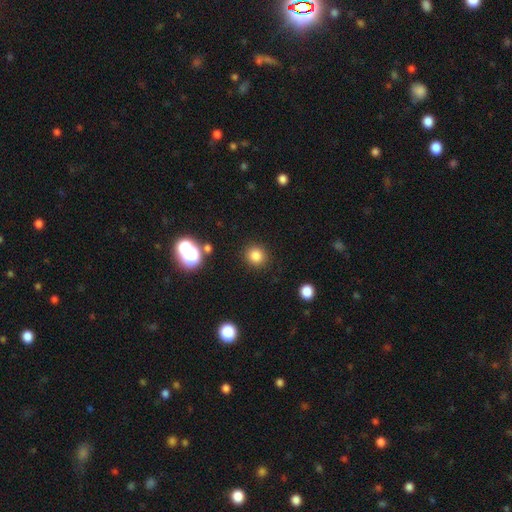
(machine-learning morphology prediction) smooth-or-featured: smooth: 81% | star or artifact: 14% | featured or disk: 5%
  how-rounded: round: 90% | in between: 9% | cigar-shaped: 1%
  merging: none: 90% | minor disturbance: 6% | major disturbance: 3% | merger: 2%